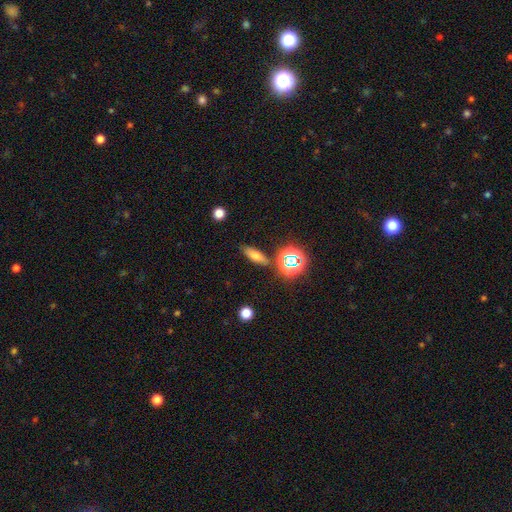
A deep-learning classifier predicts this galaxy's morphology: Smooth or featured? Predicted: smooth (p=0.67). How rounded? Predicted: in between (p=0.56). Merging? Predicted: none (p=0.82).